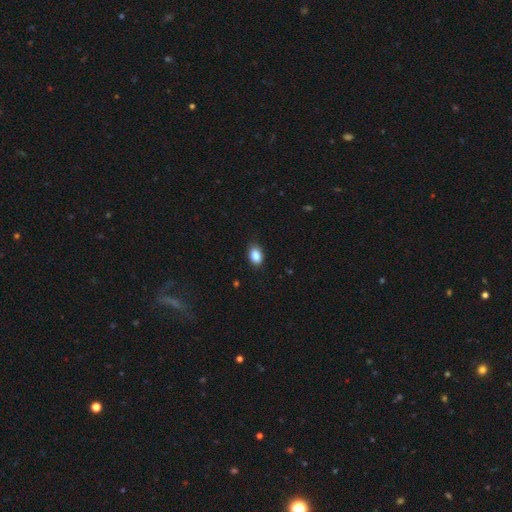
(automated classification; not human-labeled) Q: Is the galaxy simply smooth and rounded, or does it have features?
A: smooth — 87%.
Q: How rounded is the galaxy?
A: in between — 86%.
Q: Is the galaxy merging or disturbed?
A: none — 85%.